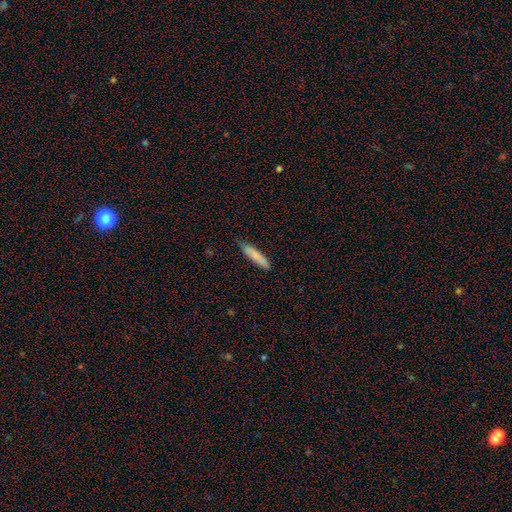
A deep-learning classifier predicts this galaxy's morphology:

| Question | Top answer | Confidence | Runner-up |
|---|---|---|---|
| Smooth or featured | smooth | 81% | featured or disk (14%) |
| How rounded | cigar-shaped | 84% | in between (14%) |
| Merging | none | 79% | minor disturbance (18%) |